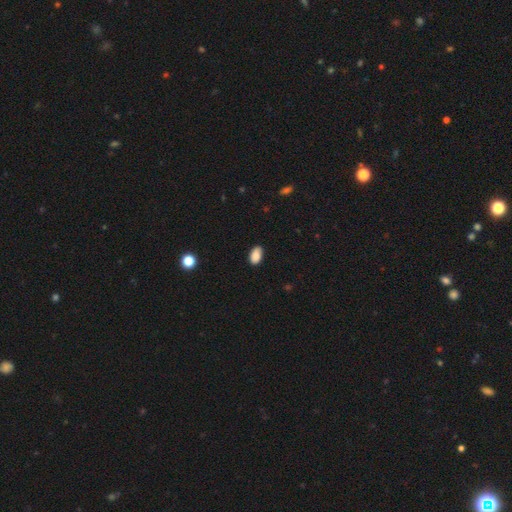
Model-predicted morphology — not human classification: This is clearly a smooth galaxy (87%). How rounded: clearly in between (92%). Merging: clearly none (83%).